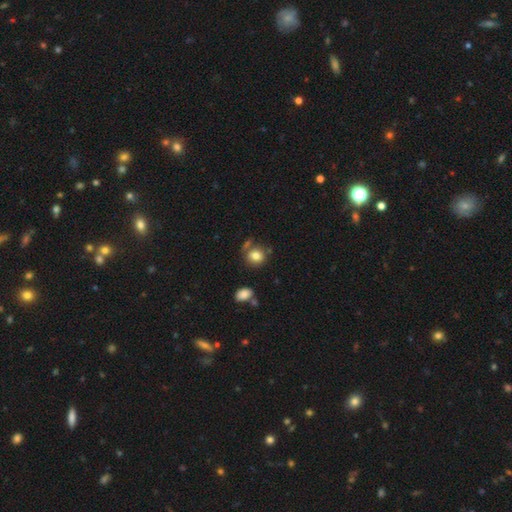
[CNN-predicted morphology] Smooth or featured? Predicted: smooth (p=0.80). How rounded? Predicted: round (p=0.77). Merging? Predicted: none (p=0.66).